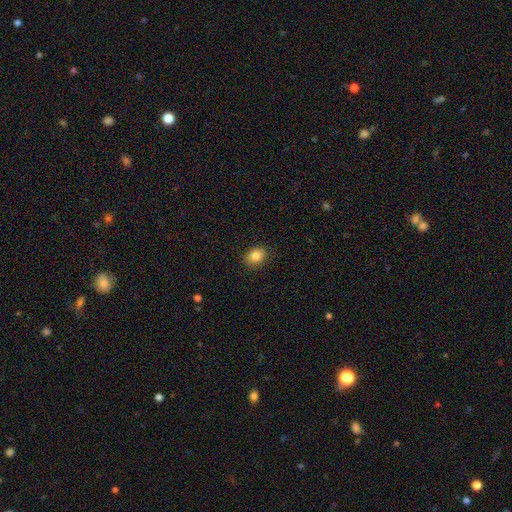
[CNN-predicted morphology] Smooth or featured? smooth (85%)
How rounded? in between (55%)
Merging? none (87%)